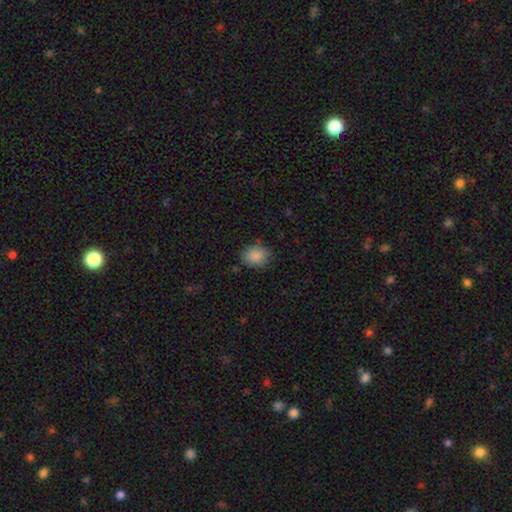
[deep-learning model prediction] Smooth or featured?
  - smooth: 87% *
  - star or artifact: 8%
  - featured or disk: 5%
How rounded?
  - in between: 53% *
  - round: 46%
  - cigar-shaped: 1%
Merging?
  - none: 79% *
  - minor disturbance: 15%
  - major disturbance: 4%
  - merger: 2%